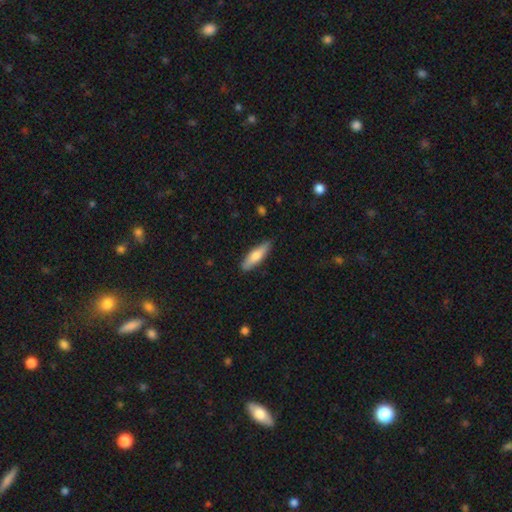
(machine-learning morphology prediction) Smooth or featured: smooth — 70% (featured or disk — 24%)
How rounded: cigar-shaped — 62% (in between — 36%)
Merging: none — 87% (minor disturbance — 10%)